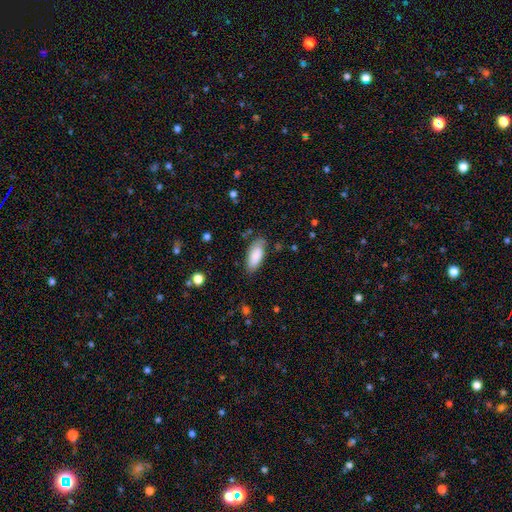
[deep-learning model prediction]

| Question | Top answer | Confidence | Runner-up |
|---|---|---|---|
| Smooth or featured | smooth | 86% | featured or disk (8%) |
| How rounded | in between | 85% | cigar-shaped (14%) |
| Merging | none | 80% | minor disturbance (15%) |